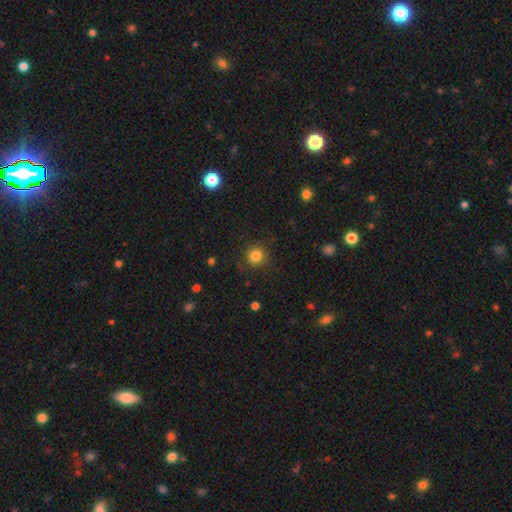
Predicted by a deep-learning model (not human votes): A smooth galaxy with no disk features (83%) that is round (94%).

Vote fractions:
- Smooth or featured? smooth: 83% / star or artifact: 12% / featured or disk: 5%
- How rounded? round: 94% / in between: 5% / cigar-shaped: 1%
- Merging? none: 87% / minor disturbance: 8% / major disturbance: 3% / merger: 1%